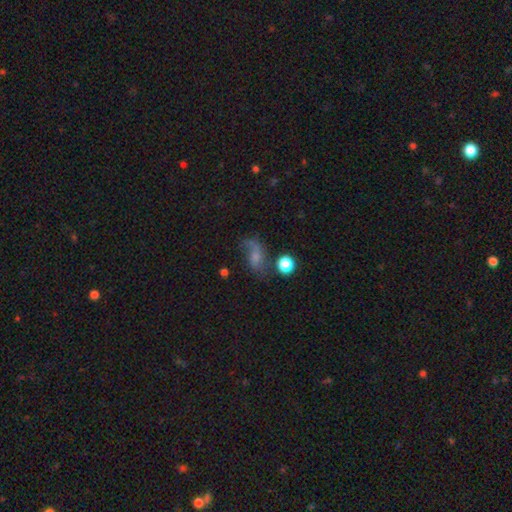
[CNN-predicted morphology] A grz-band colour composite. It shows a featured or disk galaxy (45%). Merging: none (45%).